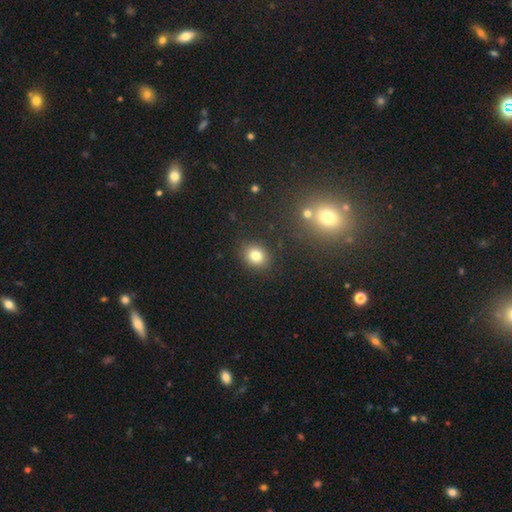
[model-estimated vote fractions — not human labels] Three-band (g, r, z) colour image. It shows a smooth galaxy with no disk features (80%) that is round (63%). Merging: none (87%).